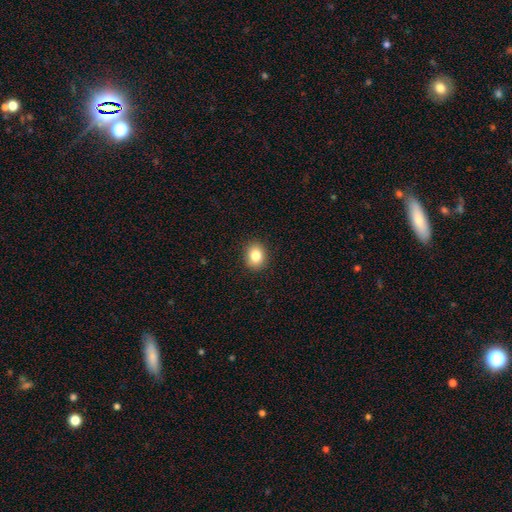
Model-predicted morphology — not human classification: This is clearly a smooth galaxy (83%). How rounded: likely round (61%). Merging: clearly none (90%).